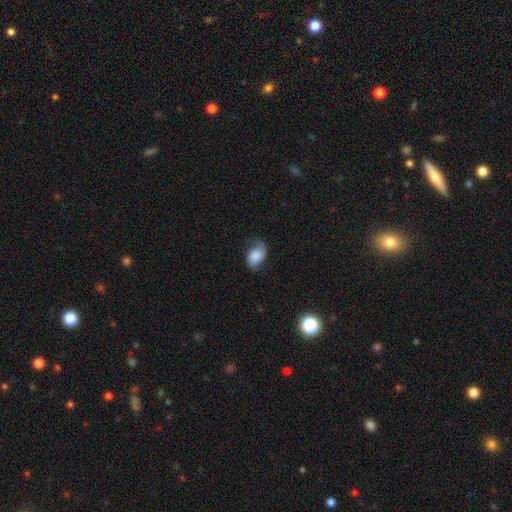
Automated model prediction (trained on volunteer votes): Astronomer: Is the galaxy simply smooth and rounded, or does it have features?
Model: smooth — 56% (runner-up: featured or disk, 35%).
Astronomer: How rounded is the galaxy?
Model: in between — 77%.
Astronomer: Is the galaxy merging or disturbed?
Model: none — 54% (runner-up: minor disturbance, 29%).